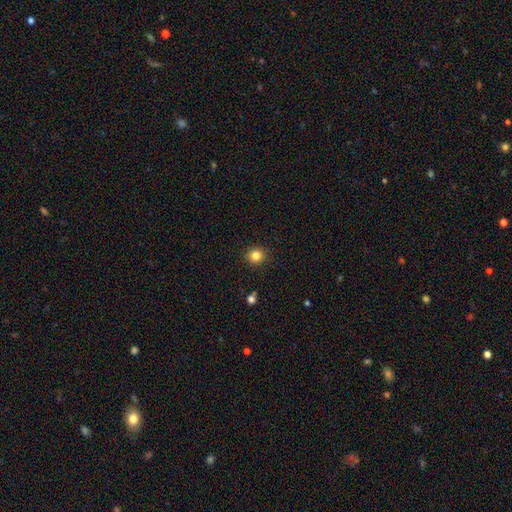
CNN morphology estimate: smooth-or-featured: smooth: 84% | star or artifact: 12% | featured or disk: 5%
  how-rounded: round: 89% | in between: 11% | cigar-shaped: 1%
  merging: none: 91% | minor disturbance: 6% | major disturbance: 2% | merger: 1%